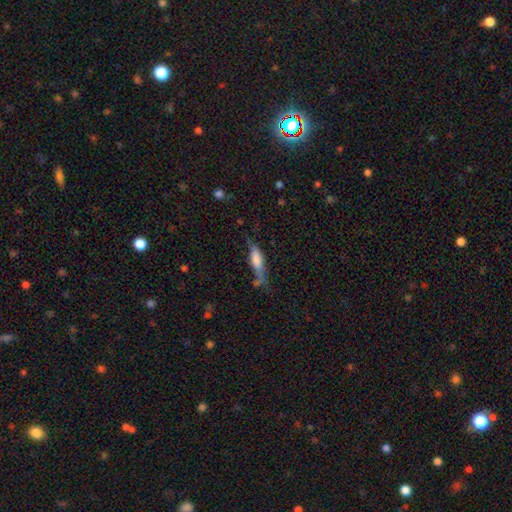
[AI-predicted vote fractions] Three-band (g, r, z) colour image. It shows a smooth galaxy with no disk features (53%) that is cigar-shaped (70%). Merging: none (47%).